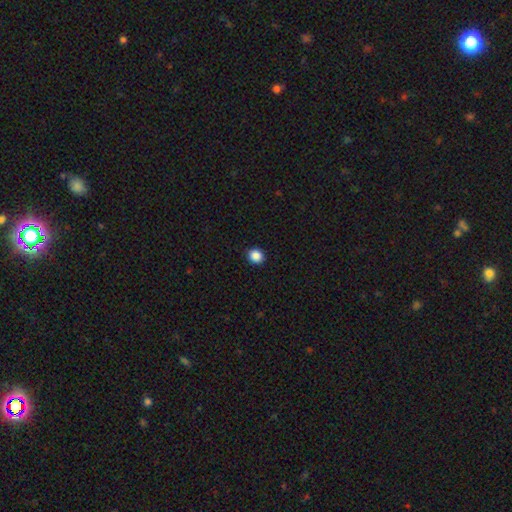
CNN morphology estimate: Smooth or featured? Predicted: smooth (p=0.87). How rounded? Predicted: round (p=0.80). Merging? Predicted: none (p=0.92).